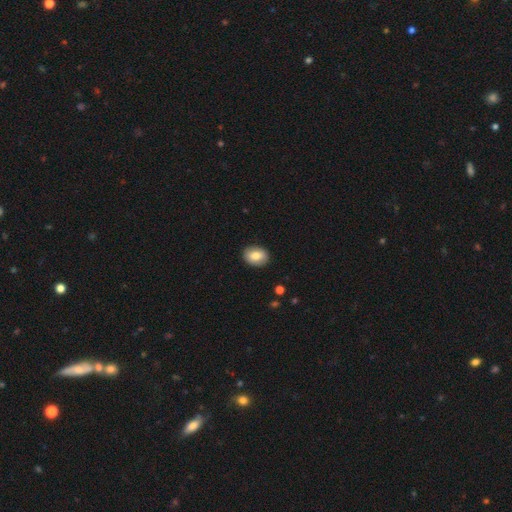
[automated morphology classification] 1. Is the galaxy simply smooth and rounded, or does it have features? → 78% smooth, 14% featured or disk, 7% star or artifact.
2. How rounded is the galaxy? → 65% in between, 34% round, 1% cigar-shaped.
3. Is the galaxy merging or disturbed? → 88% none, 9% minor disturbance, 2% major disturbance, 1% merger.